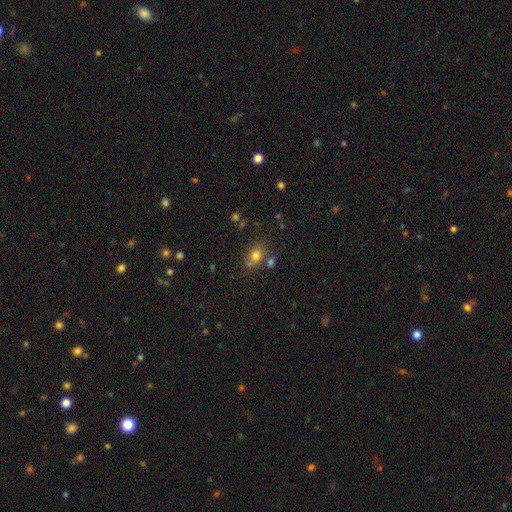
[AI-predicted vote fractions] smooth_or_featured: smooth (p=0.75) [alt: star or artifact p=0.15]
how_rounded: in between (p=0.53) [alt: round p=0.45]
merging: none (p=0.58) [alt: merger p=0.20]